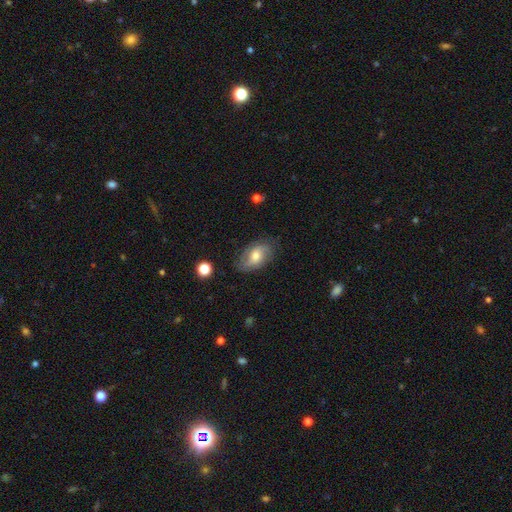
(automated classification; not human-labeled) A featured or disk galaxy (54%) with no bar (60%), spiral arms (86%) and a moderate central bulge (64%).

Vote fractions:
- Smooth or featured? featured or disk: 54% / smooth: 38% / star or artifact: 8%
- Edge-on disk? no: 94% / yes: 6%
- Bar? no: 60% / weak: 34% / strong: 6%
- Spiral arms? yes: 86% / no: 14%
- Bulge size? moderate: 64% / small: 21% / large: 10% / none: 2% / dominant: 1%
- Merging? none: 73% / minor disturbance: 19% / major disturbance: 6% / merger: 1%